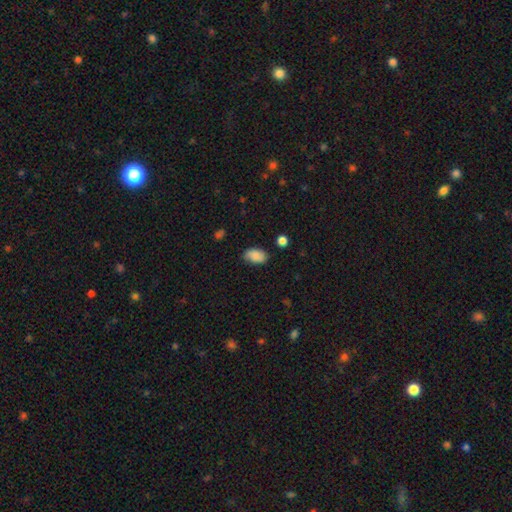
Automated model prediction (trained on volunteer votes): Smooth or featured?
  - smooth: 87% *
  - star or artifact: 8%
  - featured or disk: 5%
How rounded?
  - in between: 92% *
  - round: 7%
  - cigar-shaped: 2%
Merging?
  - none: 77% *
  - minor disturbance: 18%
  - major disturbance: 3%
  - merger: 2%